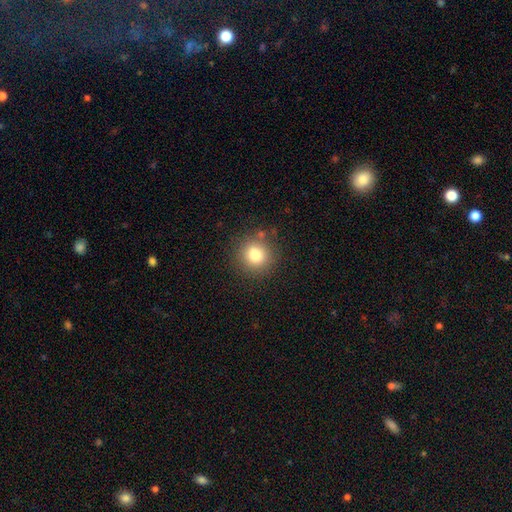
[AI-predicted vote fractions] Overall: smooth (80%). How rounded: round (89%). Merging: none (83%).